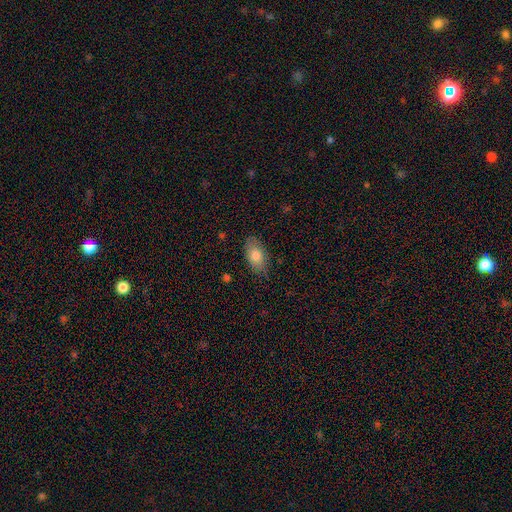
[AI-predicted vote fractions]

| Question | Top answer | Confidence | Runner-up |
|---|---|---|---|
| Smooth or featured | smooth | 79% | featured or disk (14%) |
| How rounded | in between | 92% | round (5%) |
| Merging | none | 80% | minor disturbance (15%) |